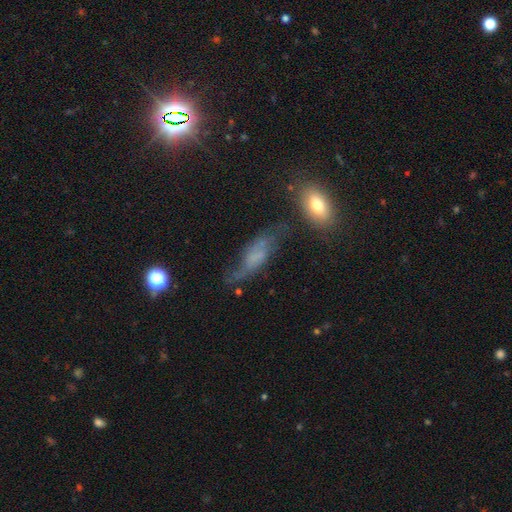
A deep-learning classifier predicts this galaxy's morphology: This is possibly a featured or disk galaxy (49%). Merging: possibly none (46%).